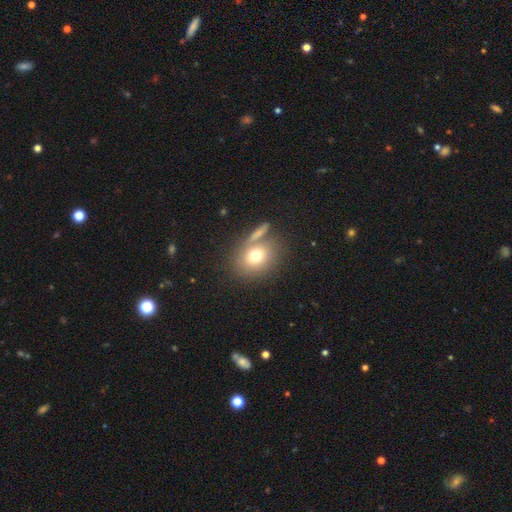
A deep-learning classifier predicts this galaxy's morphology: A smooth galaxy with no disk features (72%) that is round (60%). Merging: none (63%).